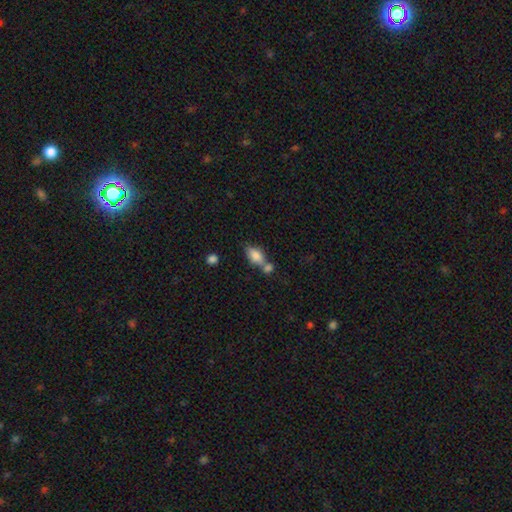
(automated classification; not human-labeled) Smooth or featured? Predicted: smooth (p=0.81). How rounded? Predicted: in between (p=0.87). Merging? Predicted: merger (p=0.43).